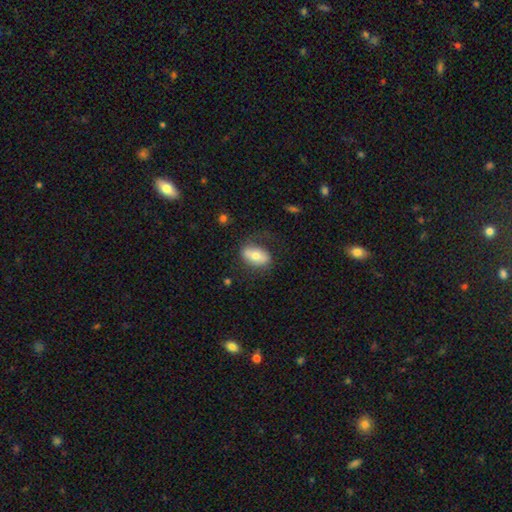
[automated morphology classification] The model was most divided on "smooth or featured": smooth: 61%, featured or disk: 33%, star or artifact: 6%. More confident: how rounded — in between (90%); merging — none (67%).